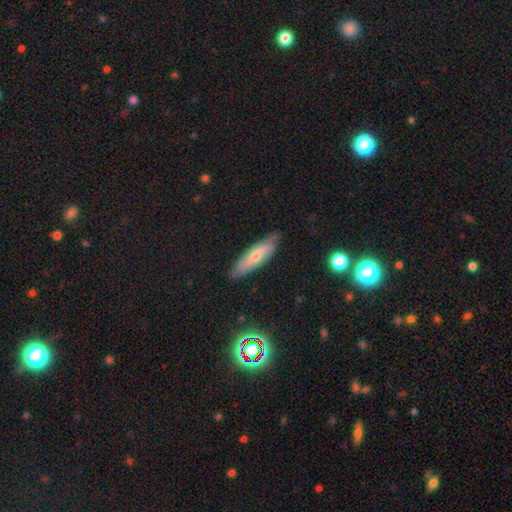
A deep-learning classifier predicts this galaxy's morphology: The model was most divided on "smooth or featured": featured or disk: 47%, smooth: 45%, star or artifact: 7%. More confident: merging — none (82%).